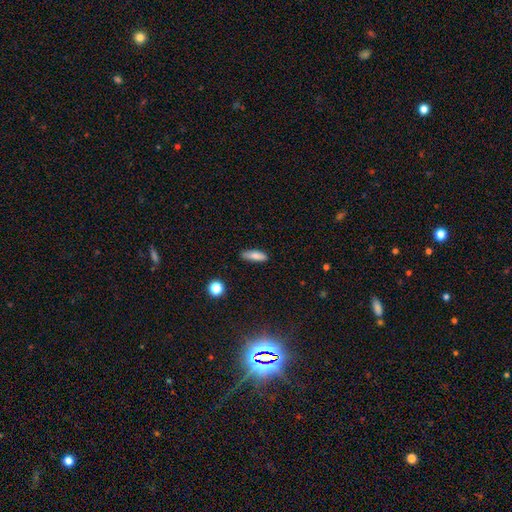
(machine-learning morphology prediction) Overall: smooth (81%). How rounded: in between (51%; cigar-shaped 47%). Merging: none (83%).